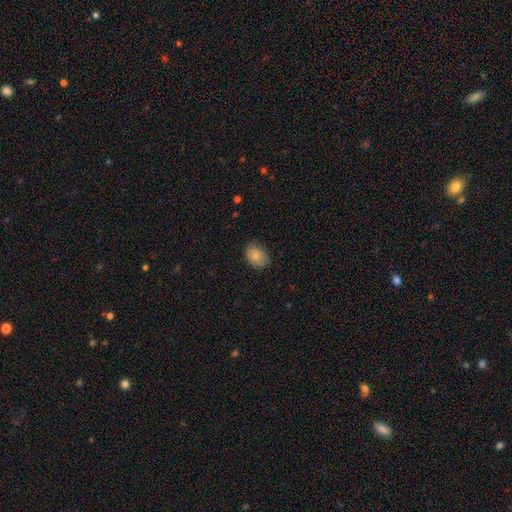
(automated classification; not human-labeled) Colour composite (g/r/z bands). It shows a smooth galaxy with no disk features (82%) that is in between round and cigar-shaped (65%). Merging: none (75%).